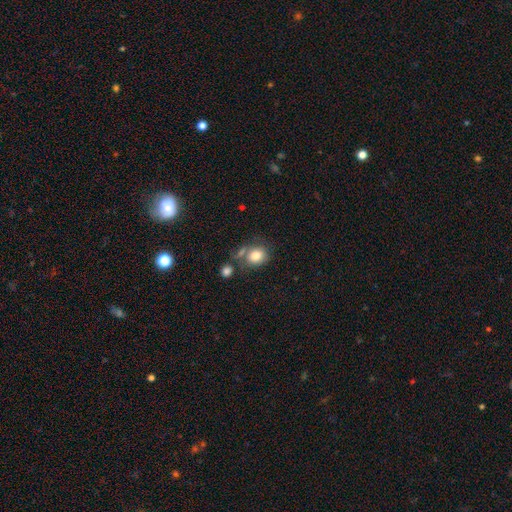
This is clearly a smooth galaxy (90%). How rounded: likely round (69%). Merging: marginally none (38%).